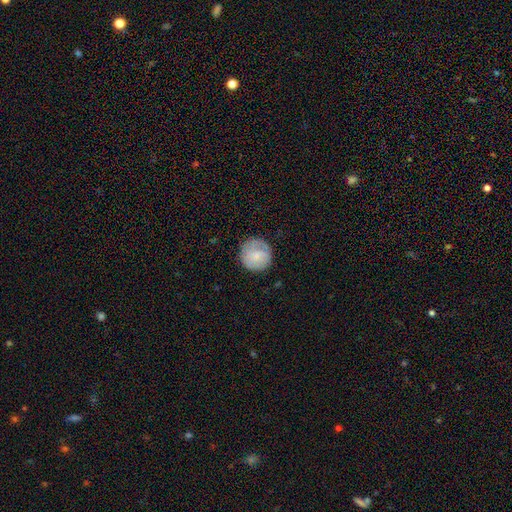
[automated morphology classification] A smooth galaxy with no disk features (74%) that is round (94%). Merging: none (78%).